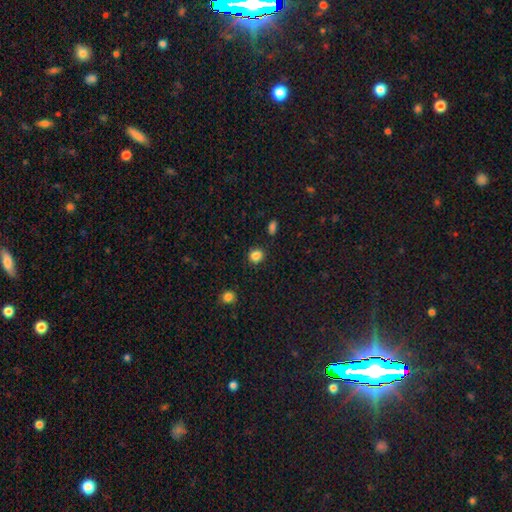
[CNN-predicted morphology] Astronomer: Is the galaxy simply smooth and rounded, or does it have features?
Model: smooth — 85%.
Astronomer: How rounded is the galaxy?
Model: round — 73%.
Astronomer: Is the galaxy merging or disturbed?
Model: none — 86%.